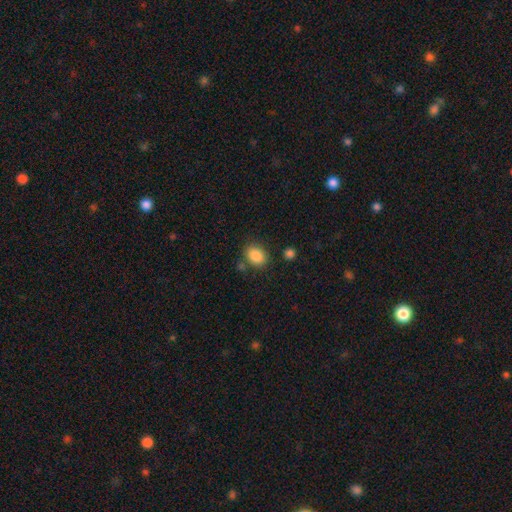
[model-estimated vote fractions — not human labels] Smooth or featured?
  - smooth: 87% *
  - star or artifact: 9%
  - featured or disk: 4%
How rounded?
  - in between: 62% *
  - round: 37%
  - cigar-shaped: 1%
Merging?
  - none: 75% *
  - minor disturbance: 14%
  - merger: 6%
  - major disturbance: 4%